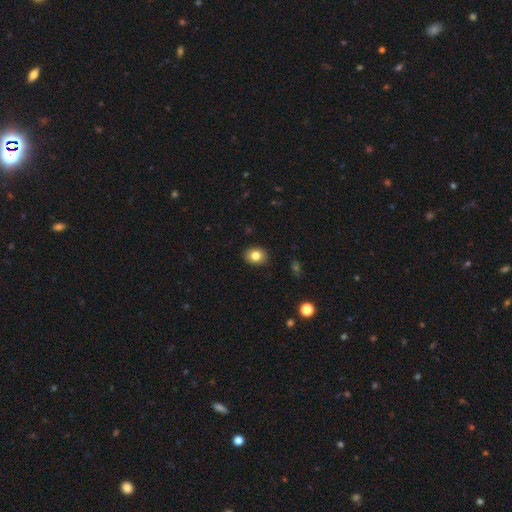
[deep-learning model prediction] This is clearly a smooth galaxy (81%). How rounded: possibly in between (51%). Merging: clearly none (89%).